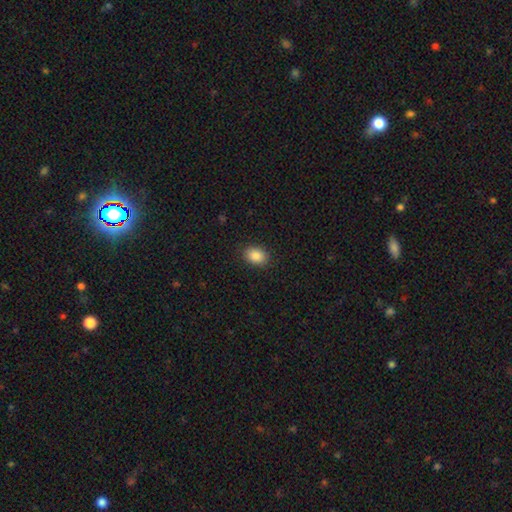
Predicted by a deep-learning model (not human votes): This appears to be a smooth galaxy with no disk features (88%) that is in between round and cigar-shaped (73%). Merging: none (88%).